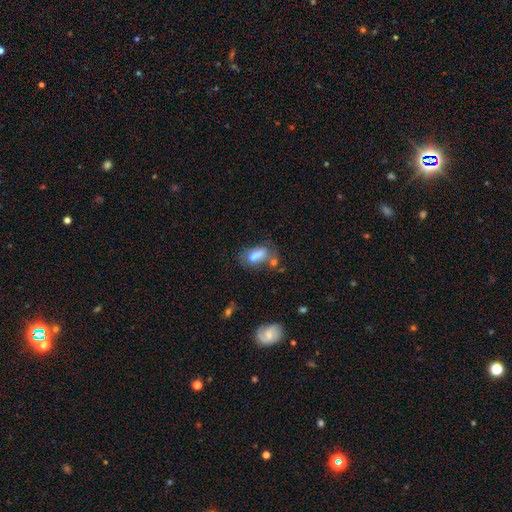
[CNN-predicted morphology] The model was most divided on "merging": none: 43%, minor disturbance: 22%, merger: 22%, major disturbance: 13%. More confident: how rounded — in between (83%); smooth or featured — smooth (72%).